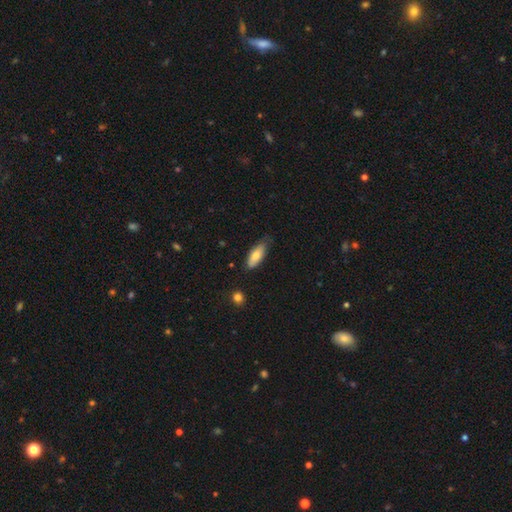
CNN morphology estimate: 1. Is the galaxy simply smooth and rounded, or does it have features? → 74% smooth, 20% featured or disk, 6% star or artifact.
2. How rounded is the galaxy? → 75% in between, 23% cigar-shaped, 2% round.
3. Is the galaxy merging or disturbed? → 67% none, 27% minor disturbance, 4% major disturbance, 2% merger.